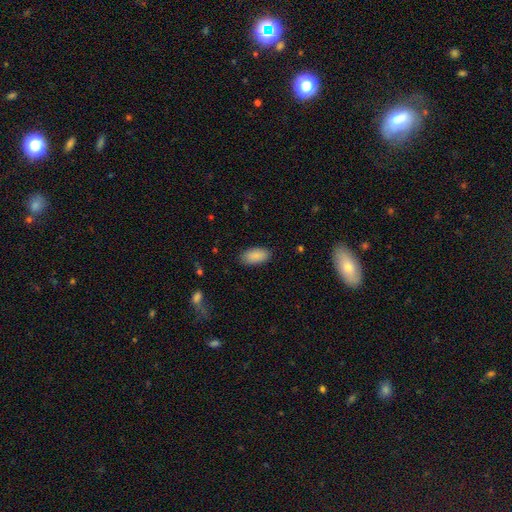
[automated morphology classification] Smooth or featured? smooth (90%)
How rounded? in between (94%)
Merging? none (87%)